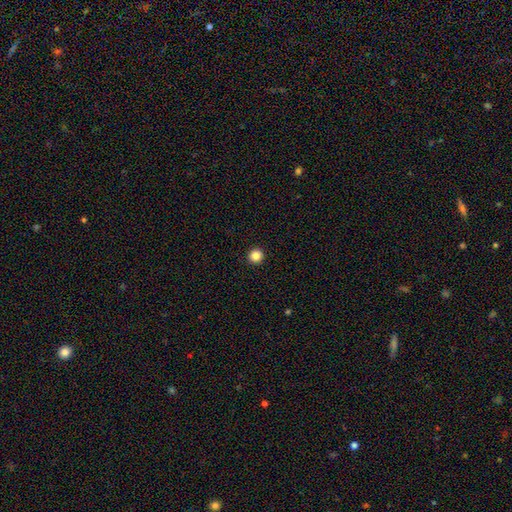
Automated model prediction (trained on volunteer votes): Overall: smooth (85%). How rounded: round (95%). Merging: none (94%).